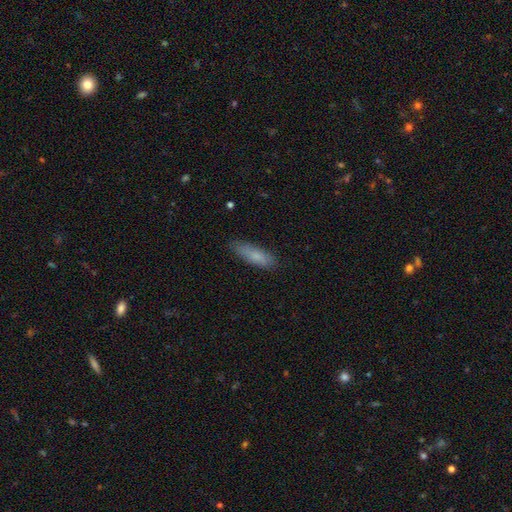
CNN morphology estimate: This is likely a smooth galaxy (80%). How rounded: possibly cigar-shaped (54%). Merging: clearly none (83%).